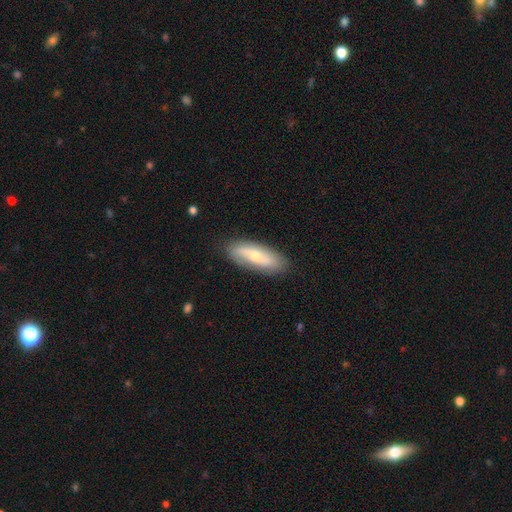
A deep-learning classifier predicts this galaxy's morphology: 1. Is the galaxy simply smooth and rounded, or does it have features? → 52% smooth, 43% featured or disk, 6% star or artifact.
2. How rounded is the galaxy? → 62% in between, 36% cigar-shaped, 3% round.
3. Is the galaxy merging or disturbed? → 84% none, 12% minor disturbance, 3% major disturbance, 1% merger.